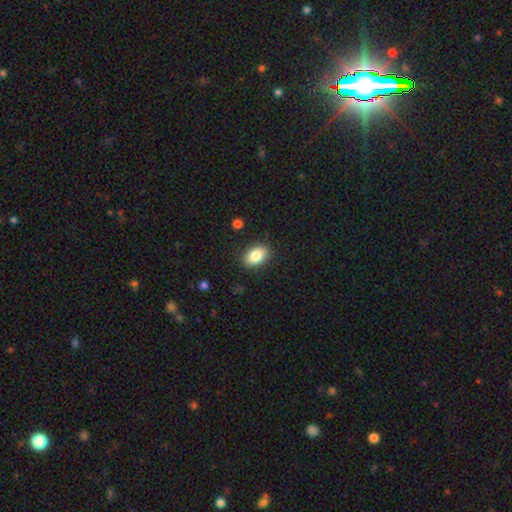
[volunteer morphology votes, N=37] Smooth or featured: smooth — 89% (featured or disk — 8%)
How rounded: in between — 97% (round — 3%)
Merging: none — 92% (minor disturbance — 6%)